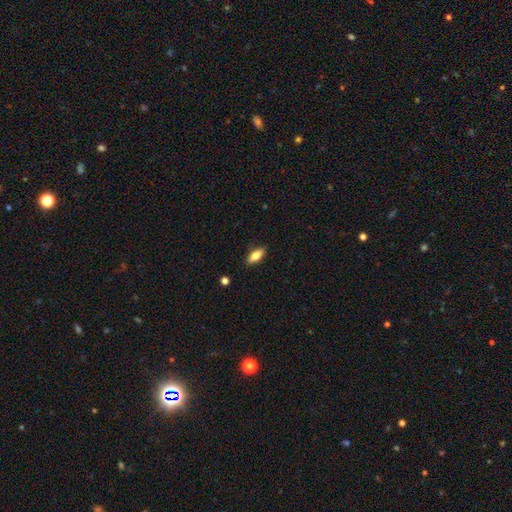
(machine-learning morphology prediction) Smooth or featured?
  - smooth: 74% *
  - featured or disk: 20%
  - star or artifact: 7%
How rounded?
  - in between: 78% *
  - cigar-shaped: 19%
  - round: 3%
Merging?
  - none: 87% *
  - minor disturbance: 10%
  - major disturbance: 2%
  - merger: 1%